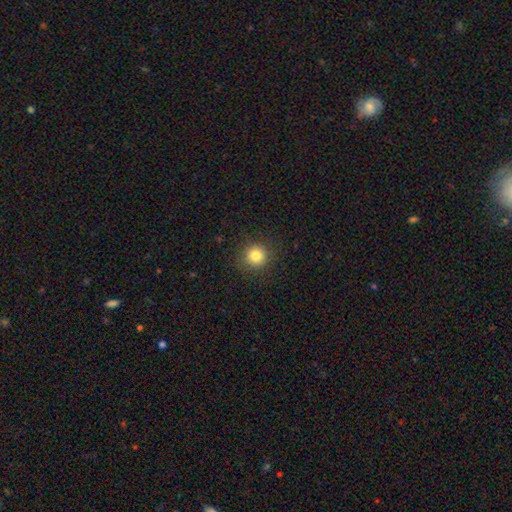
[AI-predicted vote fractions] Morphology: type=smooth (82%); roundness=round (94%); merging=none (90%).